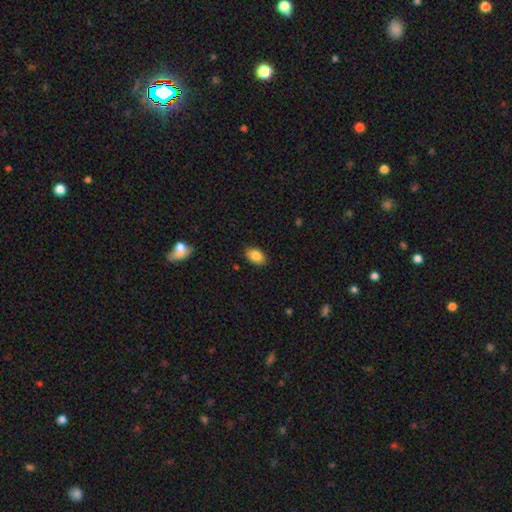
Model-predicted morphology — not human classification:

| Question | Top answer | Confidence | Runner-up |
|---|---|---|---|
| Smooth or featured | smooth | 86% | star or artifact (8%) |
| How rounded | in between | 87% | round (12%) |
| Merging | none | 87% | minor disturbance (10%) |